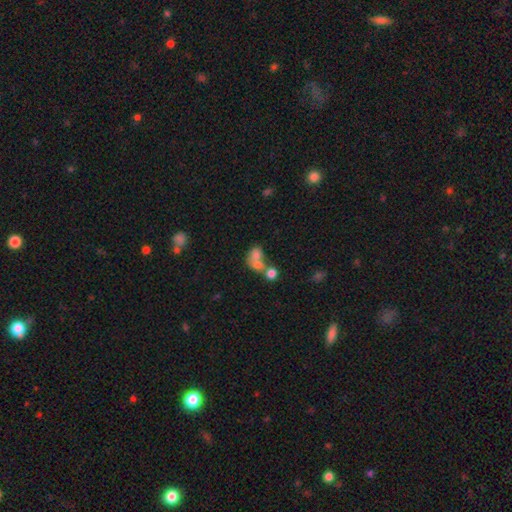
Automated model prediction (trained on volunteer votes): Smooth or featured: smooth — 68% (featured or disk — 20%)
How rounded: in between — 52% (round — 46%)
Merging: merger — 64% (none — 21%)